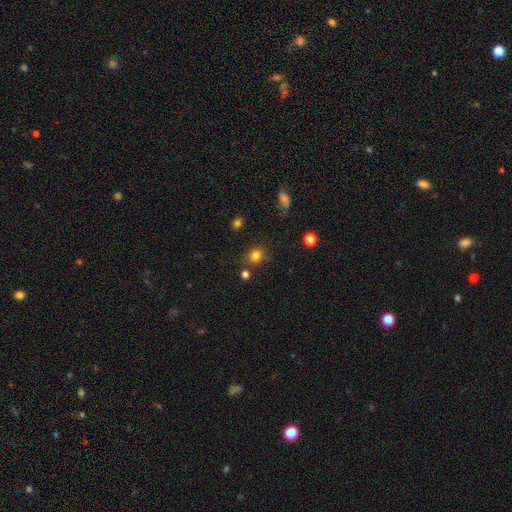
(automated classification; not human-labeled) The model was most divided on "how rounded": round: 74%, in between: 25%, cigar-shaped: 1%. More confident: smooth or featured — smooth (80%); merging — none (78%).